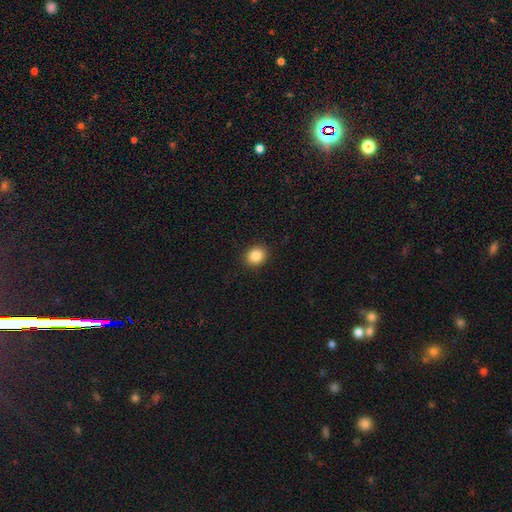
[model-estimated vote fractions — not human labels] Smooth or featured?
  - smooth: 86% *
  - star or artifact: 9%
  - featured or disk: 5%
How rounded?
  - round: 73% *
  - in between: 26%
  - cigar-shaped: 1%
Merging?
  - none: 91% *
  - minor disturbance: 6%
  - major disturbance: 2%
  - merger: 1%